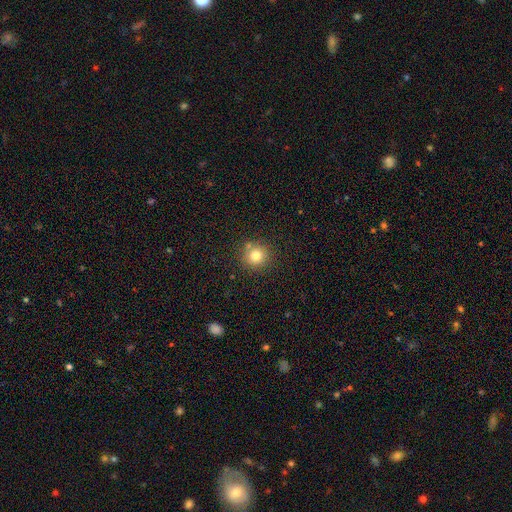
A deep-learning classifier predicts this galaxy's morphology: Overall: smooth (79%). How rounded: round (92%). Merging: none (79%).